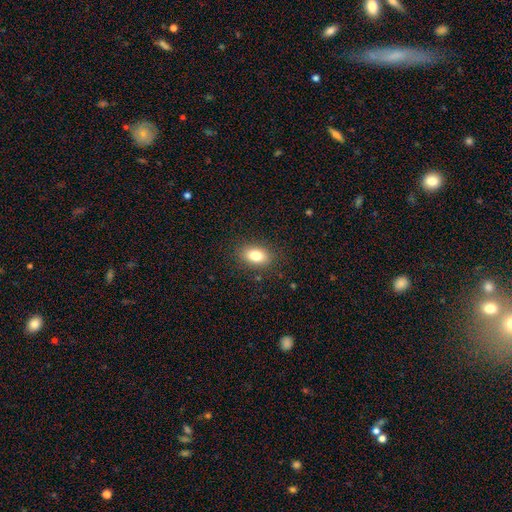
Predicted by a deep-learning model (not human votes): Smooth or featured?
  - smooth: 81% *
  - featured or disk: 9%
  - star or artifact: 9%
How rounded?
  - in between: 84% *
  - round: 14%
  - cigar-shaped: 2%
Merging?
  - none: 86% *
  - minor disturbance: 10%
  - major disturbance: 3%
  - merger: 1%